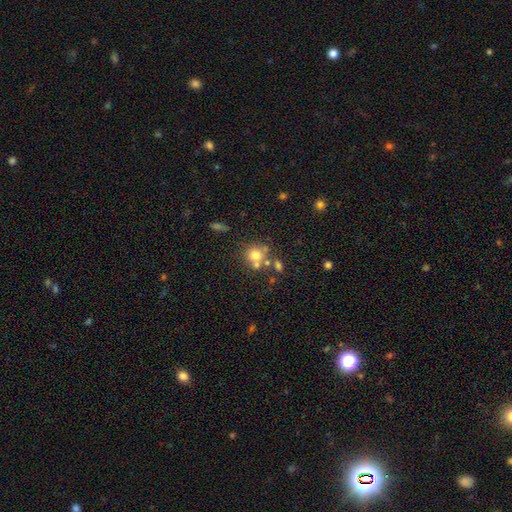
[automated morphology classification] Smooth or featured: smooth — 69% (featured or disk — 17%)
How rounded: round — 85% (in between — 14%)
Merging: none — 53% (merger — 29%)